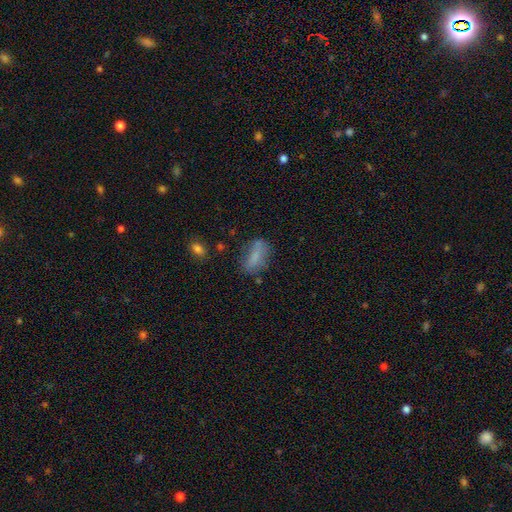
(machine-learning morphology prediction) A smooth galaxy with no disk features (70%) that is in between round and cigar-shaped (72%). Merging: none (58%).